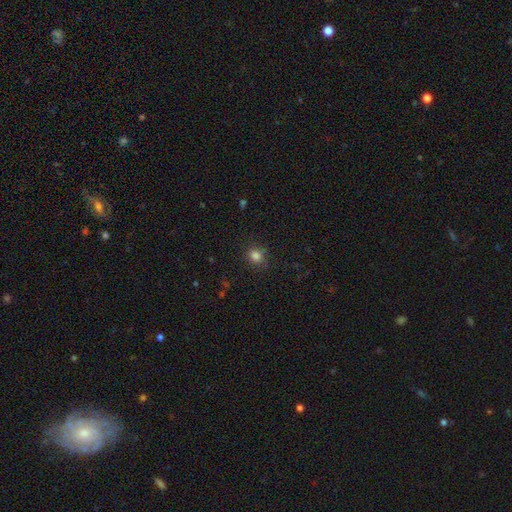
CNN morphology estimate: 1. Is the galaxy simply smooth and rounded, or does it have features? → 83% smooth, 13% star or artifact, 4% featured or disk.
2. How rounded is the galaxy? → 83% round, 16% in between, 1% cigar-shaped.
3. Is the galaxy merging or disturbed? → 83% none, 12% minor disturbance, 3% major disturbance, 1% merger.